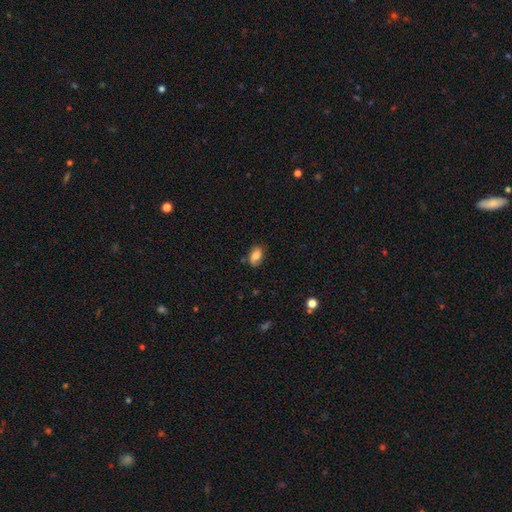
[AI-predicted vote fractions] Q: Smooth or featured?
A: smooth (75%); runner-up: featured or disk (16%)
Q: How rounded?
A: in between (85%); runner-up: round (13%)
Q: Merging?
A: none (69%); runner-up: minor disturbance (23%)